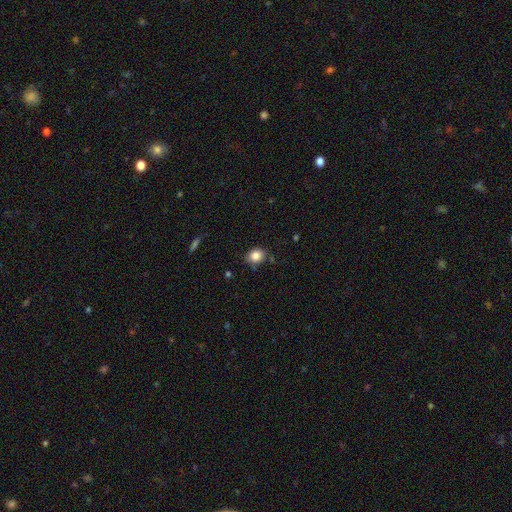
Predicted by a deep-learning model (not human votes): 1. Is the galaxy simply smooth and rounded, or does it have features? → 85% smooth, 10% star or artifact, 5% featured or disk.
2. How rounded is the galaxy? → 60% round, 39% in between, 1% cigar-shaped.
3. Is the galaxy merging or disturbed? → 81% none, 14% minor disturbance, 3% major disturbance, 3% merger.